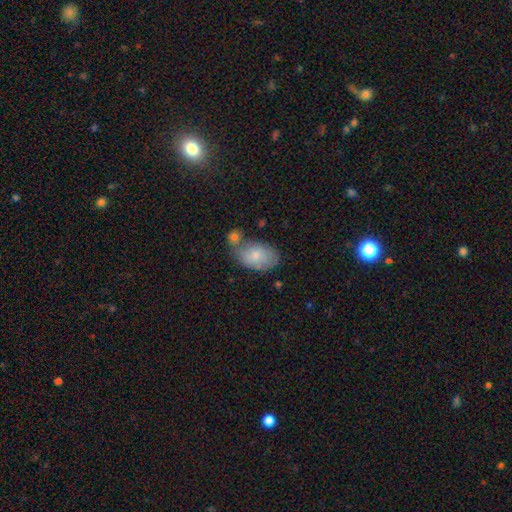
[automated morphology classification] smooth-or-featured: smooth: 78% | featured or disk: 16% | star or artifact: 7%
  how-rounded: in between: 90% | round: 9% | cigar-shaped: 1%
  merging: none: 49% | merger: 24% | minor disturbance: 21% | major disturbance: 7%